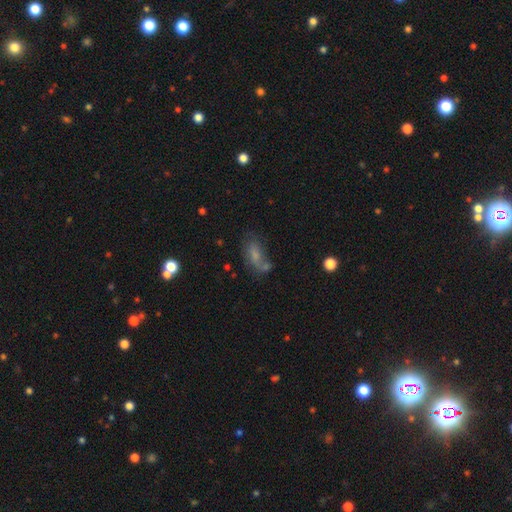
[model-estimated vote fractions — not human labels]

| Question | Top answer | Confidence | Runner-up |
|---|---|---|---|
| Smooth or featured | smooth | 58% | featured or disk (26%) |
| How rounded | in between | 78% | cigar-shaped (15%) |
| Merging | none | 45% | minor disturbance (22%) |